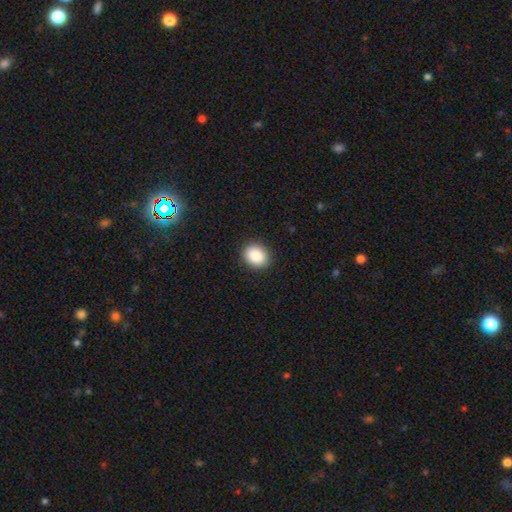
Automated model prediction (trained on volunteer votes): smooth-or-featured: smooth: 89% | star or artifact: 8% | featured or disk: 4%
  how-rounded: round: 59% | in between: 40% | cigar-shaped: 1%
  merging: none: 90% | minor disturbance: 7% | major disturbance: 2% | merger: 1%